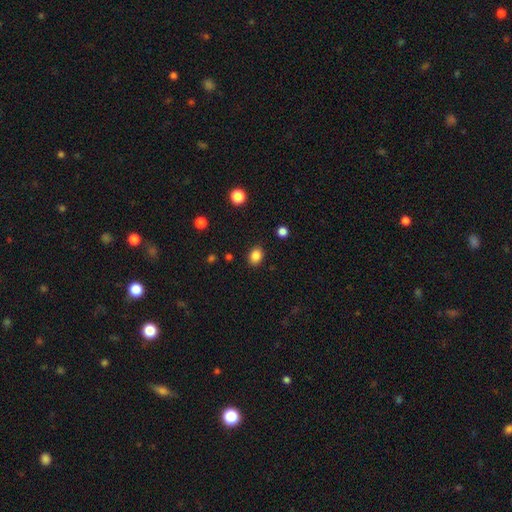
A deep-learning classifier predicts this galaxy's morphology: smooth-or-featured: smooth: 85% | star or artifact: 10% | featured or disk: 4%
  how-rounded: in between: 60% | round: 39% | cigar-shaped: 1%
  merging: none: 88% | minor disturbance: 8% | major disturbance: 2% | merger: 1%